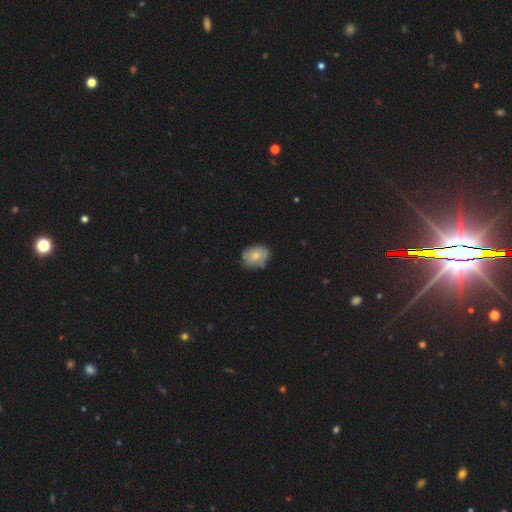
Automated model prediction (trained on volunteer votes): smooth_or_featured: smooth (p=0.65) [alt: featured or disk p=0.28]
how_rounded: in between (p=0.62) [alt: round p=0.36]
merging: none (p=0.67) [alt: minor disturbance p=0.26]